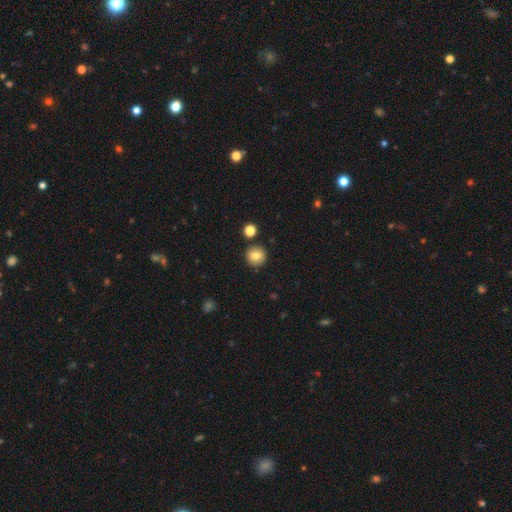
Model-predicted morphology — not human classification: Q: Smooth or featured?
A: smooth (80%); runner-up: featured or disk (10%)
Q: How rounded?
A: round (95%); runner-up: in between (4%)
Q: Merging?
A: none (89%); runner-up: minor disturbance (6%)